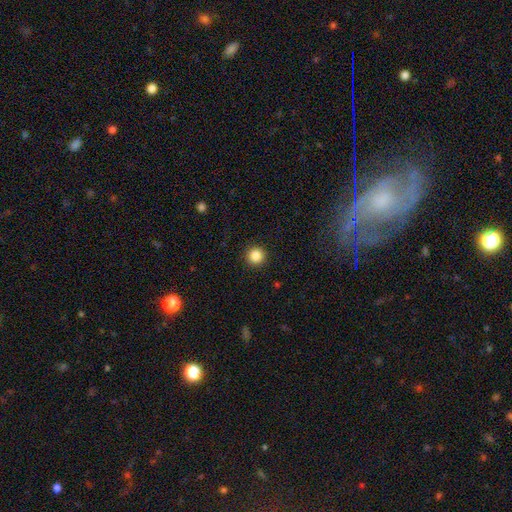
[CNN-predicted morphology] smooth 86%, star or artifact 11%, featured or disk 4%. Down the decision tree: how rounded — round (96%); merging — none (93%).